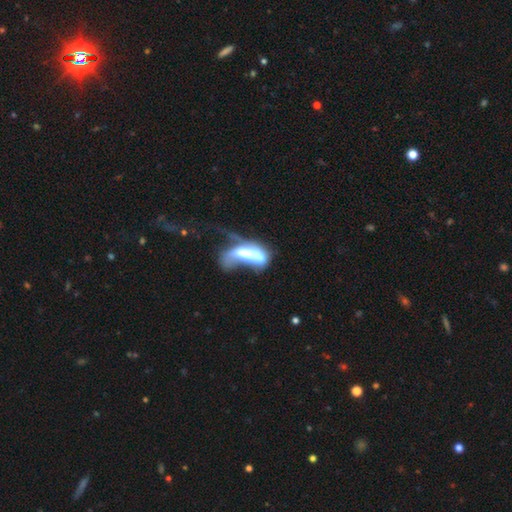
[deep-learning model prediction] Q: Smooth or featured?
A: featured or disk (50%); runner-up: smooth (41%)
Q: Merging?
A: major disturbance (42%); runner-up: merger (34%)